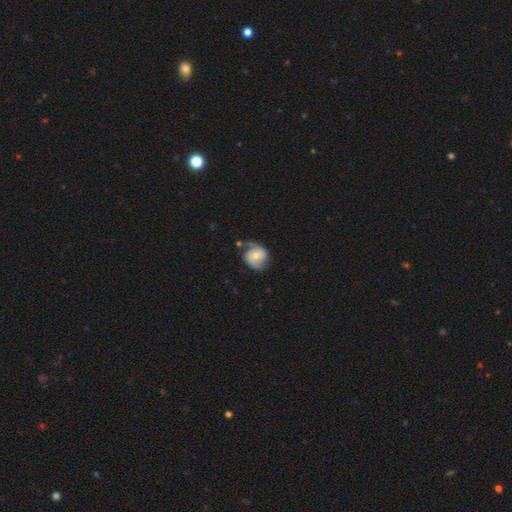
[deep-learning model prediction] Smooth or featured?
  - featured or disk: 71% *
  - smooth: 22%
  - star or artifact: 6%
Edge-on disk?
  - no: 97% *
  - yes: 3%
Bar?
  - no: 51% *
  - weak: 38%
  - strong: 11%
Spiral arms?
  - yes: 92% *
  - no: 8%
Spiral winding?
  - medium: 46% *
  - loose: 27%
  - tight: 27%
Spiral arm count?
  - 2: 85% *
  - can't tell: 6%
  - 1: 5%
  - 3: 2%
  - 4: 1%
  - more than 4: 1%
Bulge size?
  - moderate: 47% *
  - small: 46%
  - none: 3%
  - large: 3%
  - dominant: 1%
Merging?
  - none: 62% *
  - minor disturbance: 23%
  - major disturbance: 10%
  - merger: 5%